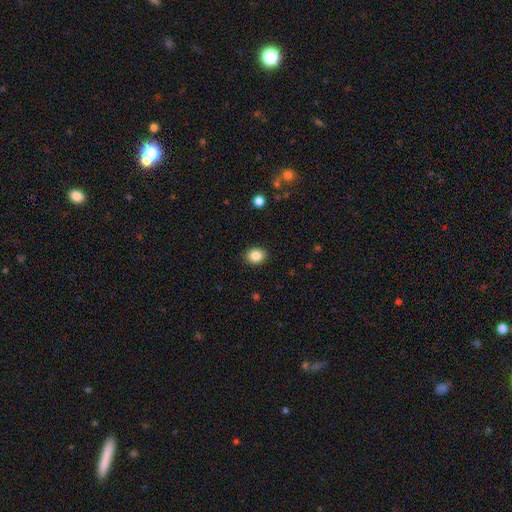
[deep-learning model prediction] Q: Smooth or featured?
A: smooth (86%); runner-up: star or artifact (10%)
Q: How rounded?
A: round (60%); runner-up: in between (39%)
Q: Merging?
A: none (90%); runner-up: minor disturbance (7%)